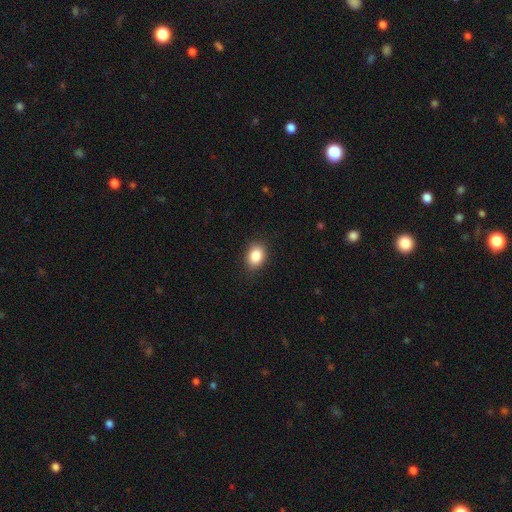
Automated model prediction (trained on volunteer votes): The model was most divided on "how rounded": in between: 71%, round: 28%, cigar-shaped: 1%. More confident: smooth or featured — smooth (86%); merging — none (86%).